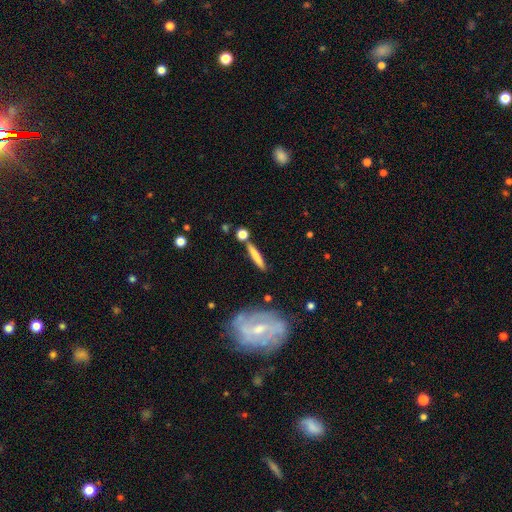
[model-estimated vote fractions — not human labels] Overall: smooth (71%). How rounded: cigar-shaped (90%). Merging: none (76%).